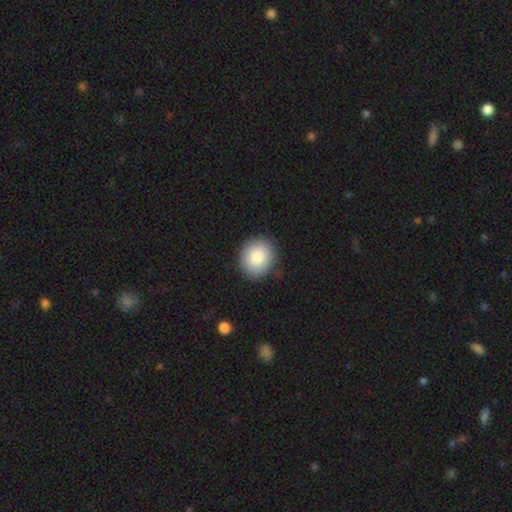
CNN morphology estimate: Smooth or featured?
  - smooth: 85% *
  - star or artifact: 8%
  - featured or disk: 7%
How rounded?
  - round: 71% *
  - in between: 28%
  - cigar-shaped: 1%
Merging?
  - none: 88% *
  - minor disturbance: 8%
  - major disturbance: 2%
  - merger: 1%